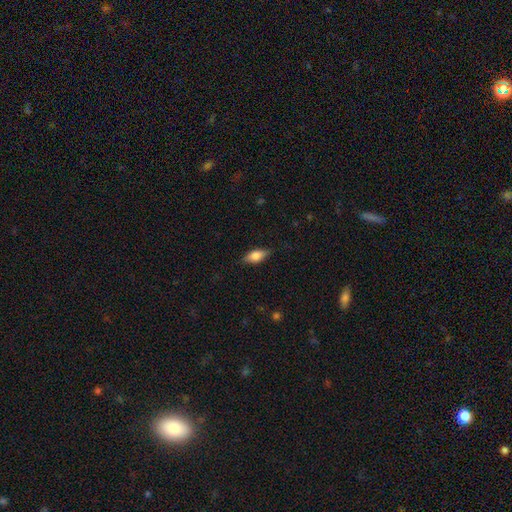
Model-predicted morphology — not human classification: This appears to be a smooth galaxy with no disk features (72%) that is in between round and cigar-shaped (81%). Merging: none (83%).